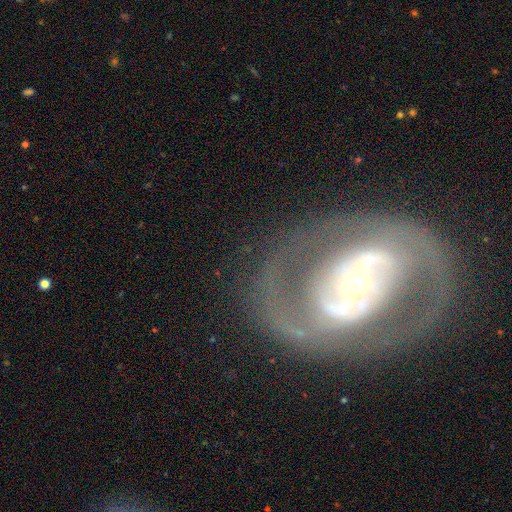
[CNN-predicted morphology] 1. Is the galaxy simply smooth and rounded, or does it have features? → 81% featured or disk, 13% smooth, 6% star or artifact.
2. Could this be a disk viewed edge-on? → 95% no, 5% yes.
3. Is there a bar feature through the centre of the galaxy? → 44% no, 28% weak, 27% strong.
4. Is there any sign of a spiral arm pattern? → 68% yes, 32% no.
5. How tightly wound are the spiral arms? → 42% tight, 40% medium, 18% loose.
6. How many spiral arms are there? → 72% 2, 17% can't tell, 4% 1, 4% 3, 2% 4, 2% more than 4.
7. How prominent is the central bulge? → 45% small, 43% moderate, 8% large, 2% dominant, 1% none.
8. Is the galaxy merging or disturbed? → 71% none, 13% minor disturbance, 12% major disturbance, 4% merger.